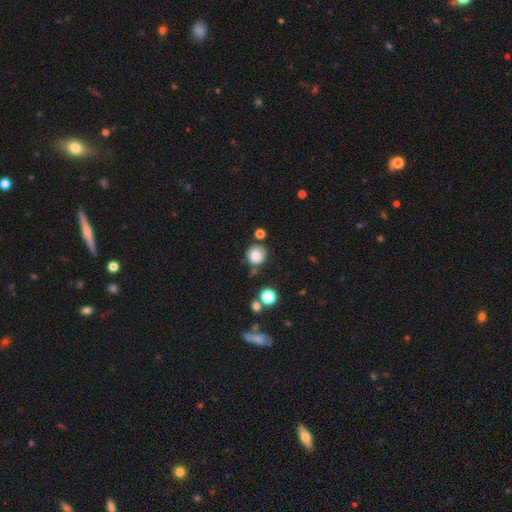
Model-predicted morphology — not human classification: Smooth or featured: smooth — 83% (star or artifact — 10%)
How rounded: round — 91% (in between — 8%)
Merging: none — 70% (minor disturbance — 16%)